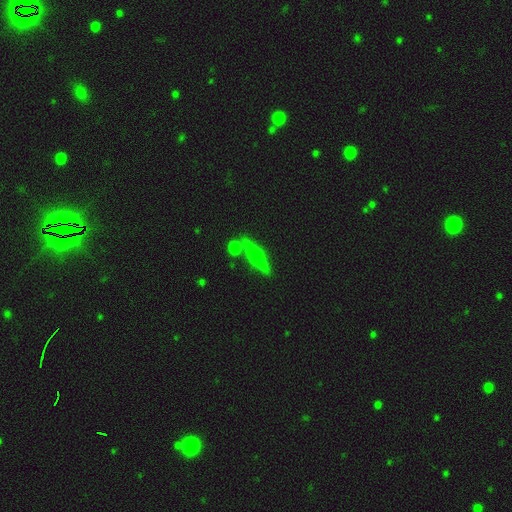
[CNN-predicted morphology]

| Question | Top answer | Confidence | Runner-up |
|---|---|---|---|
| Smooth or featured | featured or disk | 64% | smooth (29%) |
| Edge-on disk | yes | 97% | no (3%) |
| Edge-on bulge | rounded | 86% | none (8%) |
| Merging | none | 81% | minor disturbance (9%) |